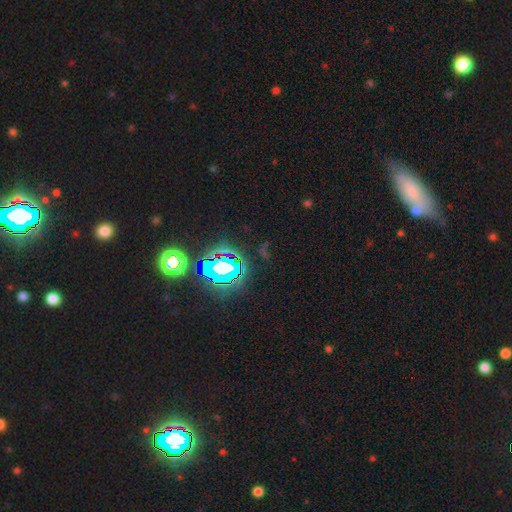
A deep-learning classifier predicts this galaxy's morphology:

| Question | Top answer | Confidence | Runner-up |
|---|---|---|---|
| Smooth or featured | star or artifact | 77% | smooth (14%) |